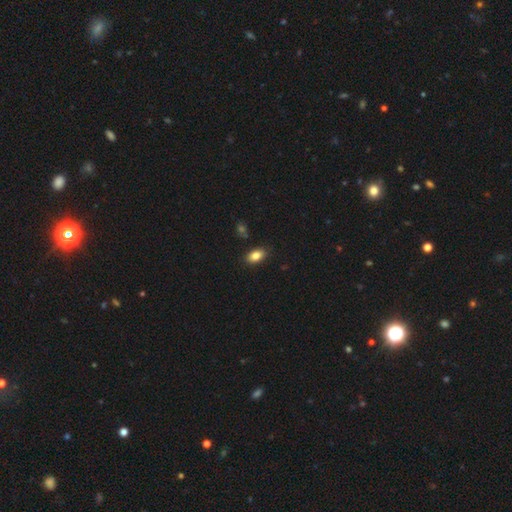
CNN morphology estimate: Smooth or featured?
  - smooth: 84% *
  - star or artifact: 9%
  - featured or disk: 7%
How rounded?
  - in between: 89% *
  - round: 9%
  - cigar-shaped: 2%
Merging?
  - none: 86% *
  - minor disturbance: 10%
  - major disturbance: 2%
  - merger: 2%